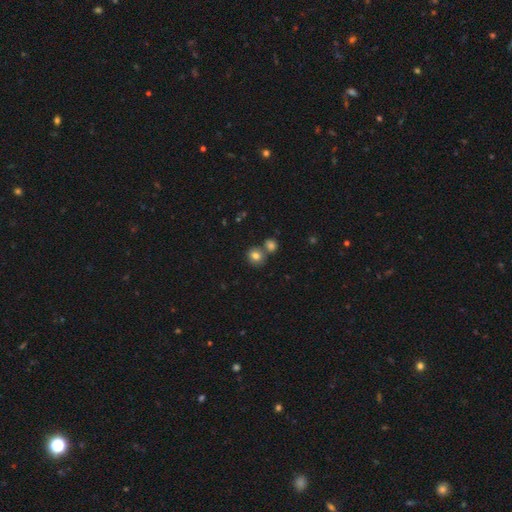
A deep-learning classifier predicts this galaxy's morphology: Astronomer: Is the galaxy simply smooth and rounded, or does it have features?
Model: smooth — 80%.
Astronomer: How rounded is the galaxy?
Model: round — 79%.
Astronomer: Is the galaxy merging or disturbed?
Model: none — 59%.